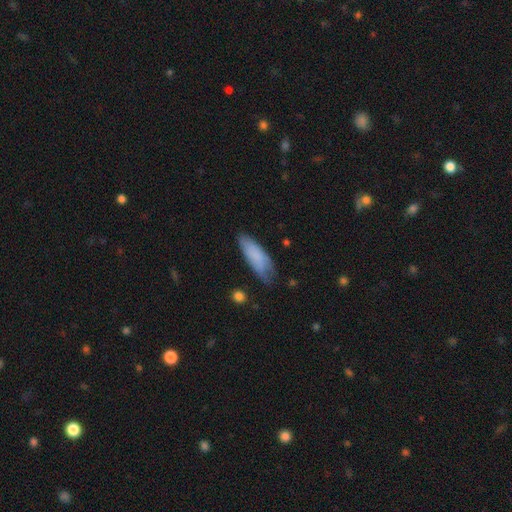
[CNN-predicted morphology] A smooth galaxy with no disk features (78%) that is in between round and cigar-shaped (62%). Merging: none (59%).